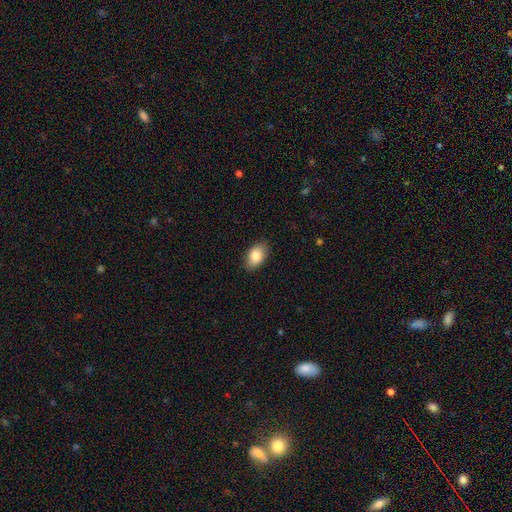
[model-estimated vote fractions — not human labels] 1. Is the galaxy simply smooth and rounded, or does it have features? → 84% smooth, 8% featured or disk, 7% star or artifact.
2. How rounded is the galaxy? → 91% in between, 8% round, 1% cigar-shaped.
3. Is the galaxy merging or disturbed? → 86% none, 10% minor disturbance, 2% major disturbance, 1% merger.